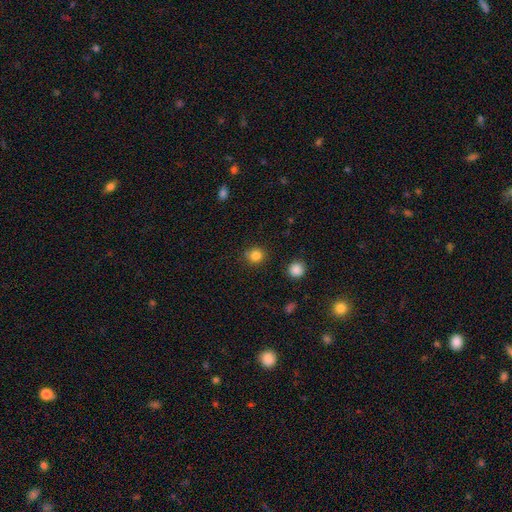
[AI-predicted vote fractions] A smooth galaxy with no disk features (83%) that is round (90%).

Vote fractions:
- Smooth or featured? smooth: 83% / star or artifact: 12% / featured or disk: 5%
- How rounded? round: 90% / in between: 9% / cigar-shaped: 1%
- Merging? none: 87% / minor disturbance: 8% / major disturbance: 3% / merger: 2%